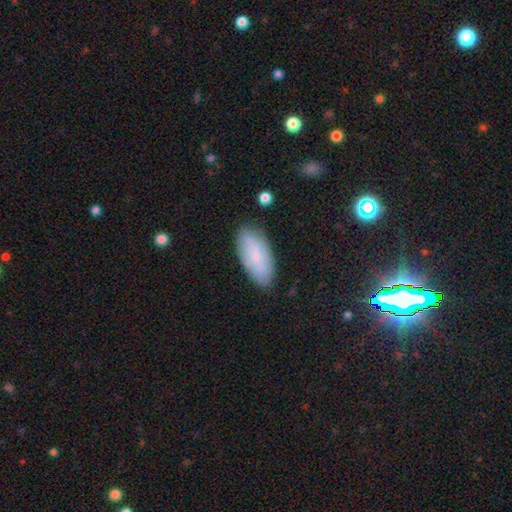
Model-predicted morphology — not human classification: Overall: smooth (65%; featured or disk 27%). How rounded: in between (89%). Merging: none (83%).